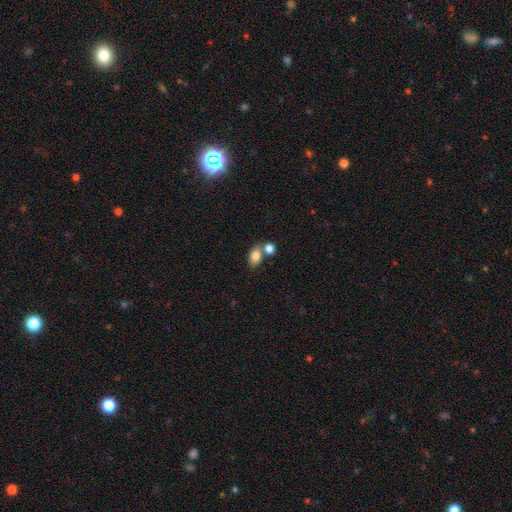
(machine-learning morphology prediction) Overall: smooth (82%). How rounded: in between (82%). Merging: none (48%; merger 37%).